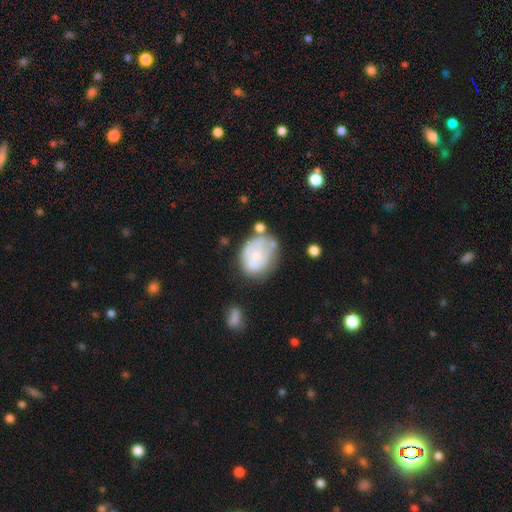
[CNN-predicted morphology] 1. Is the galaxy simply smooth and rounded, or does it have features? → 52% smooth, 40% featured or disk, 8% star or artifact.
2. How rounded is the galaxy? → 60% in between, 39% round, 1% cigar-shaped.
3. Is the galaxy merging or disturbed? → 43% none, 29% minor disturbance, 16% major disturbance, 12% merger.